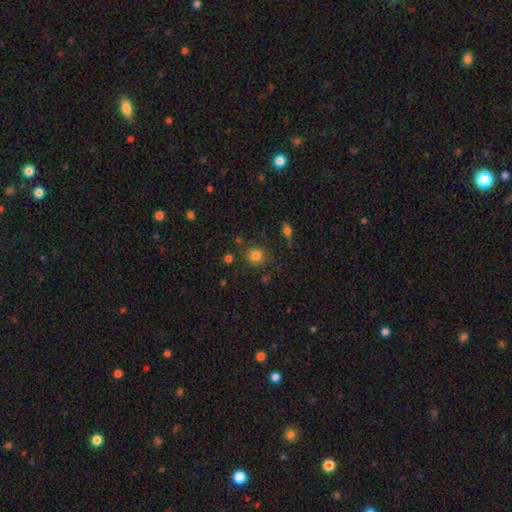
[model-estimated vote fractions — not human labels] Smooth or featured?
  - smooth: 81% *
  - star or artifact: 13%
  - featured or disk: 6%
How rounded?
  - round: 87% *
  - in between: 12%
  - cigar-shaped: 1%
Merging?
  - none: 81% *
  - minor disturbance: 11%
  - merger: 4%
  - major disturbance: 4%